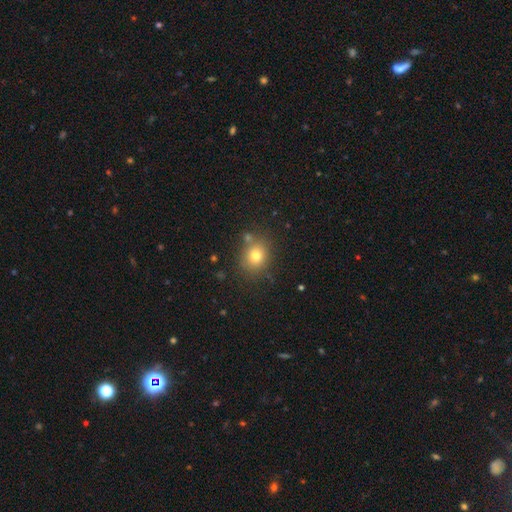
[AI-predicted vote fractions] Morphology: type=smooth (75%); roundness=round (73%); merging=none (78%).